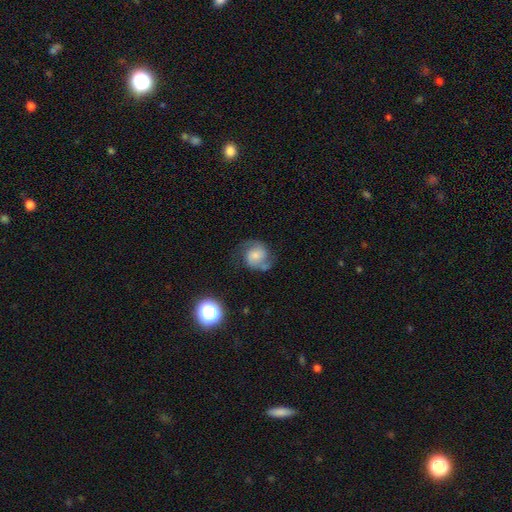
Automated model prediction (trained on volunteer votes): Smooth or featured: featured or disk — 70% (smooth — 20%)
Edge-on disk: no — 98% (yes — 2%)
Bar: no — 62% (weak — 31%)
Spiral arms: yes — 94% (no — 6%)
Spiral winding: medium — 51% (loose — 25%)
Spiral arm count: 2 — 89% (can't tell — 4%)
Bulge size: small — 39% (moderate — 37%)
Merging: none — 66% (minor disturbance — 19%)